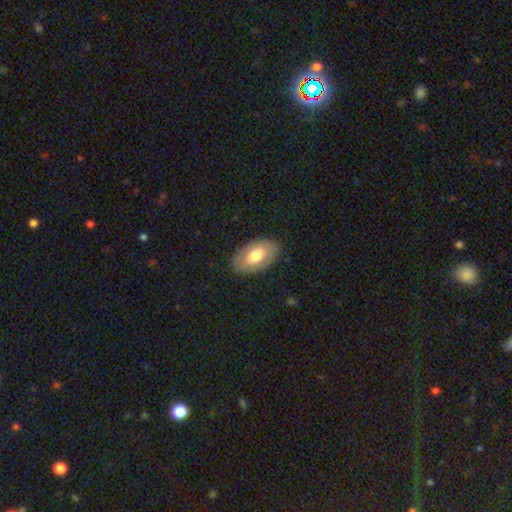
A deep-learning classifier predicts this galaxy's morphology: Smooth or featured? Predicted: smooth (p=0.67). How rounded? Predicted: in between (p=0.94). Merging? Predicted: none (p=0.85).